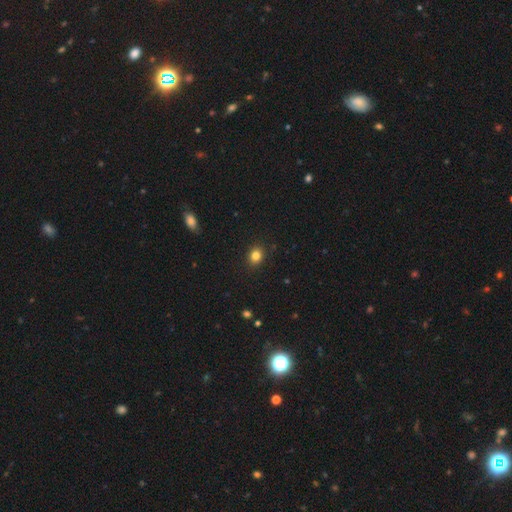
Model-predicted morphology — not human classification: A smooth galaxy with no disk features (83%) that is round (55%).

Vote fractions:
- Smooth or featured? smooth: 83% / star or artifact: 11% / featured or disk: 6%
- How rounded? round: 55% / in between: 44% / cigar-shaped: 1%
- Merging? none: 90% / minor disturbance: 7% / major disturbance: 2% / merger: 1%